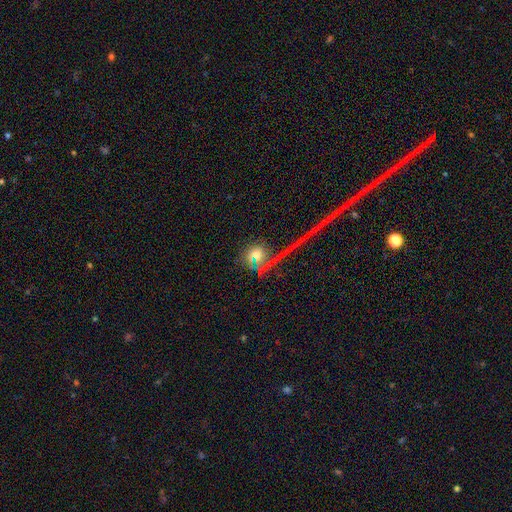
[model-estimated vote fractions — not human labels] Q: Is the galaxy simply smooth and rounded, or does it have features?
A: smooth — 42%.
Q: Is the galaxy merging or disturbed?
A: none — 51%.